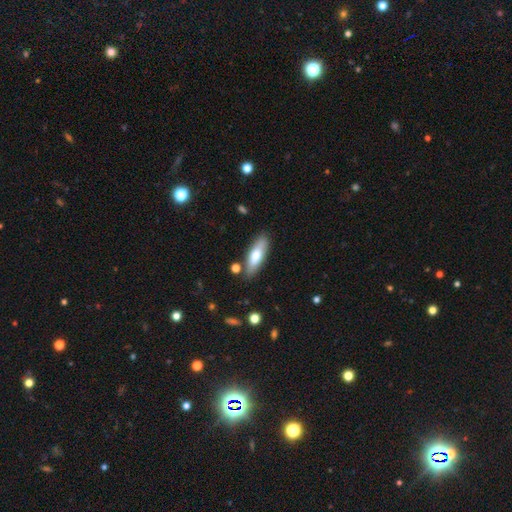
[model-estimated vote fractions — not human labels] Smooth or featured: smooth — 68% (featured or disk — 26%)
How rounded: in between — 52% (cigar-shaped — 46%)
Merging: none — 82% (minor disturbance — 12%)